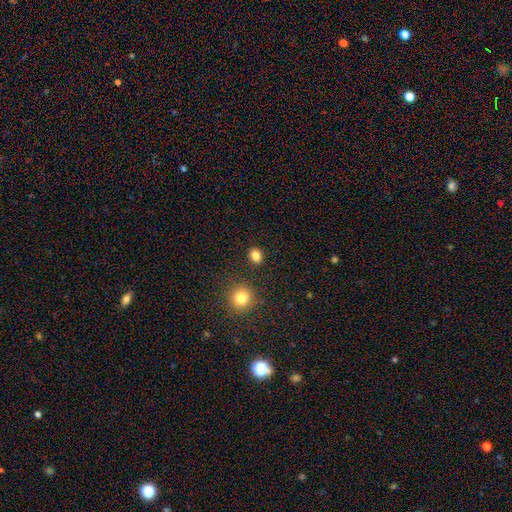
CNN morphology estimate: Smooth or featured?
  - smooth: 83% *
  - star or artifact: 12%
  - featured or disk: 5%
How rounded?
  - round: 62% *
  - in between: 37%
  - cigar-shaped: 1%
Merging?
  - none: 87% *
  - minor disturbance: 7%
  - merger: 3%
  - major disturbance: 2%